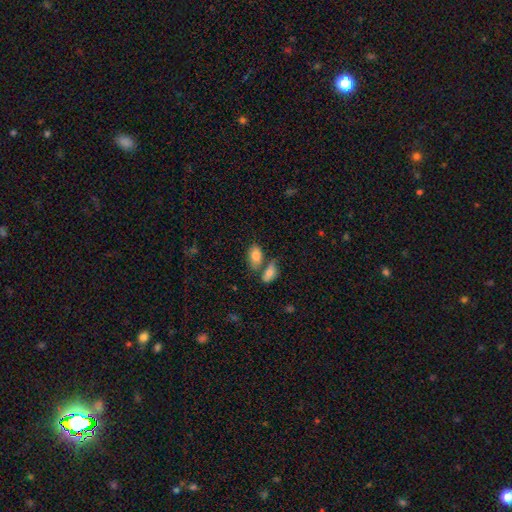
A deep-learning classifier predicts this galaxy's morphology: smooth-or-featured: smooth: 81% | featured or disk: 11% | star or artifact: 8%
  how-rounded: in between: 90% | round: 7% | cigar-shaped: 3%
  merging: none: 50% | merger: 33% | minor disturbance: 13% | major disturbance: 4%